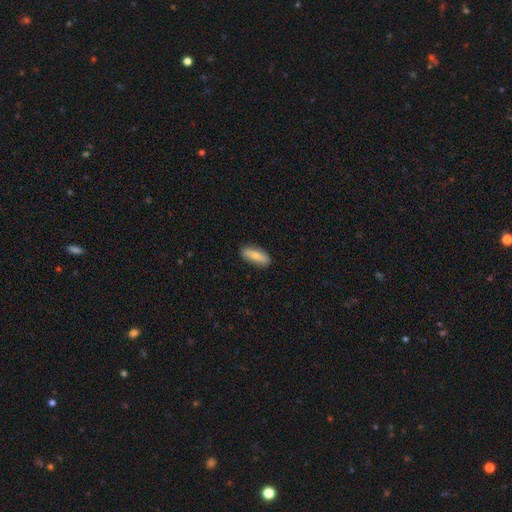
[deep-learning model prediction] Smooth or featured: smooth — 69% (featured or disk — 25%)
How rounded: in between — 65% (cigar-shaped — 32%)
Merging: none — 86% (minor disturbance — 11%)